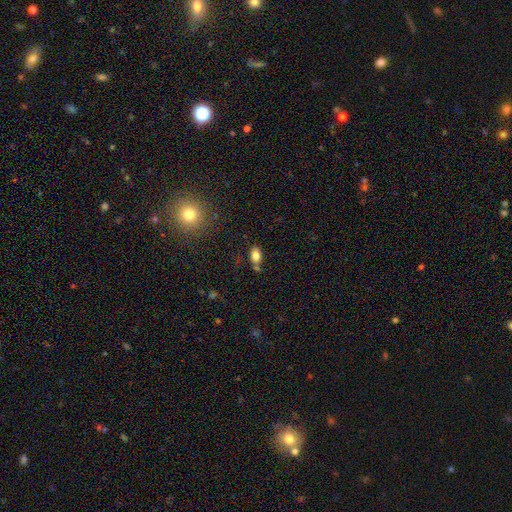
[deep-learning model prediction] A smooth galaxy with no disk features (79%) that is in between round and cigar-shaped (85%). Merging: none (63%).